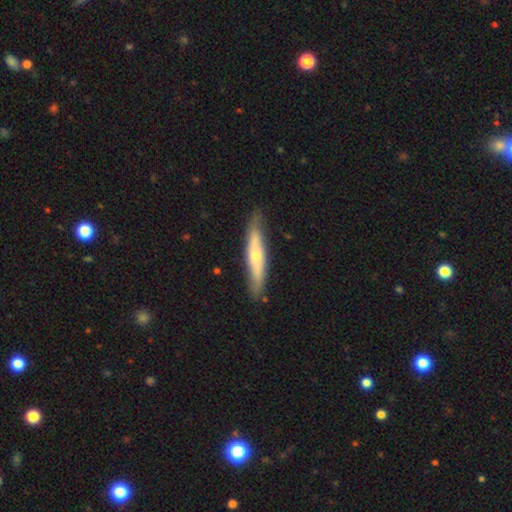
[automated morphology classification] Smooth or featured: featured or disk — 52% (smooth — 43%)
Edge-on disk: yes — 72% (no — 28%)
Merging: none — 82% (minor disturbance — 14%)